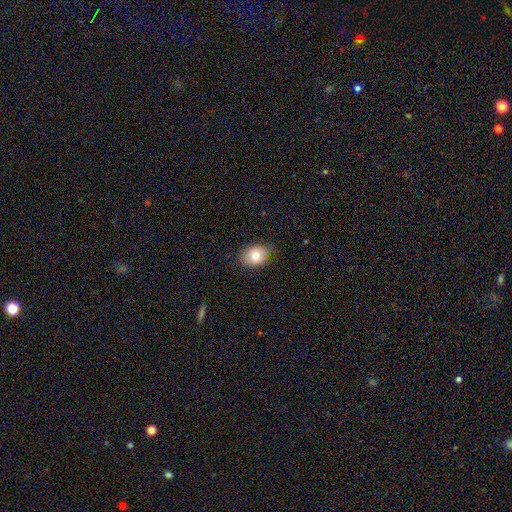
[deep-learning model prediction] A smooth galaxy with no disk features (79%) that is in between round and cigar-shaped (68%). Merging: none (78%).